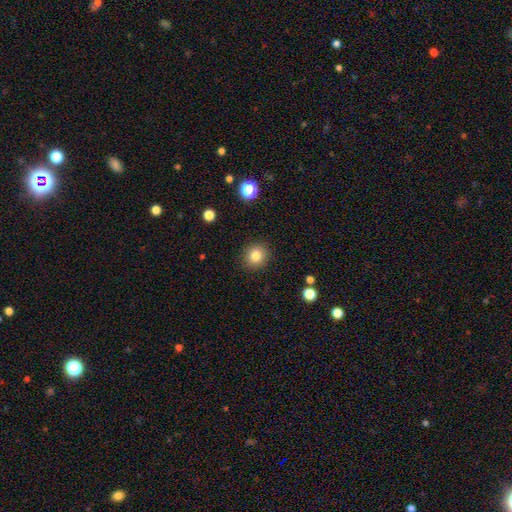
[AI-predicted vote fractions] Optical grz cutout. It shows a smooth galaxy with no disk features (82%) that is round (87%). Merging: none (90%).